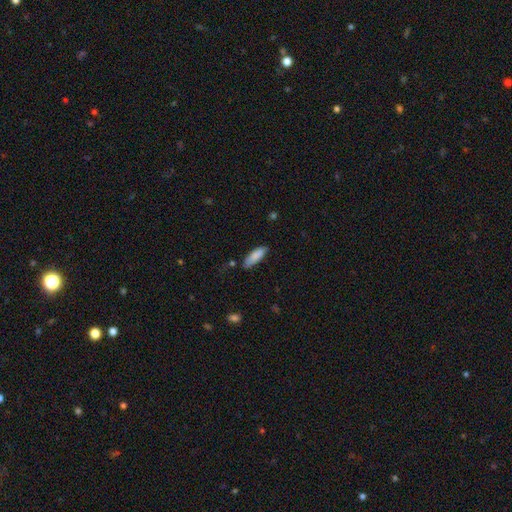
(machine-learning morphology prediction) A smooth galaxy with no disk features (85%) that is in between round and cigar-shaped (57%). Merging: none (73%).